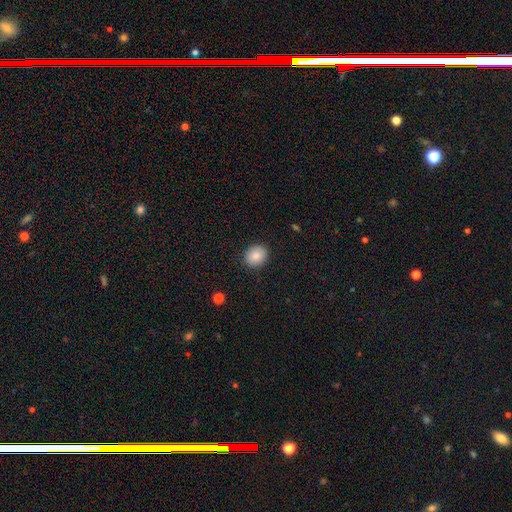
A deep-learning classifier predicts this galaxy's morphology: This appears to be a smooth galaxy with no disk features (86%) that is round (61%). Merging: none (88%).